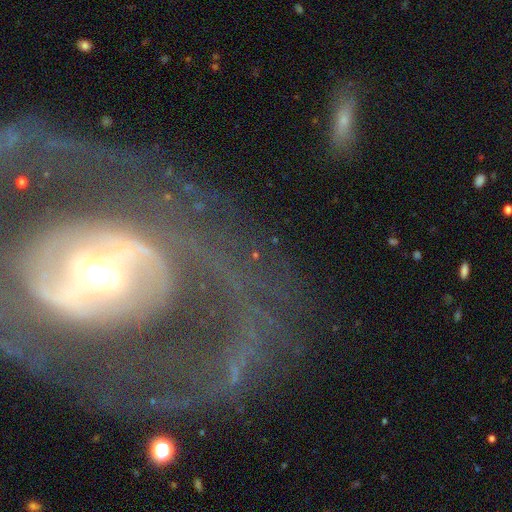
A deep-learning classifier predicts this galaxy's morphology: Smooth or featured? star or artifact (44%)